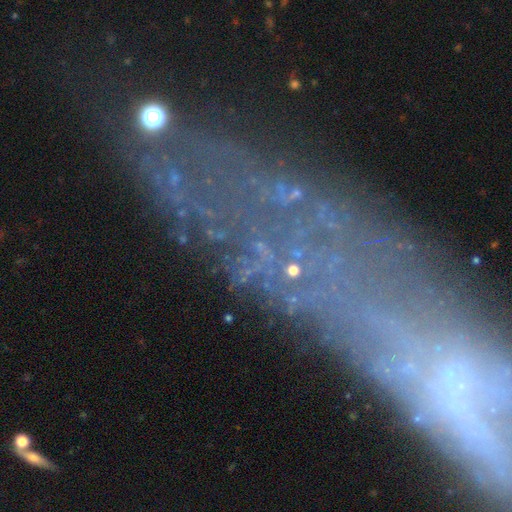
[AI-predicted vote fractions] A star or artifact, not a galaxy (48%).